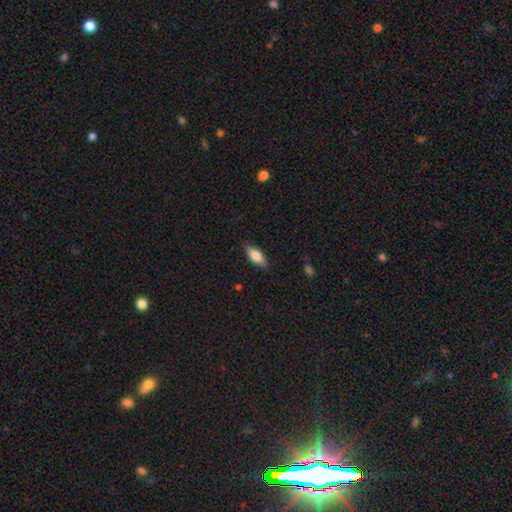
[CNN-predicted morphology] smooth-or-featured: smooth: 77% | featured or disk: 17% | star or artifact: 6%
  how-rounded: in between: 79% | cigar-shaped: 18% | round: 3%
  merging: none: 84% | minor disturbance: 12% | major disturbance: 3% | merger: 1%